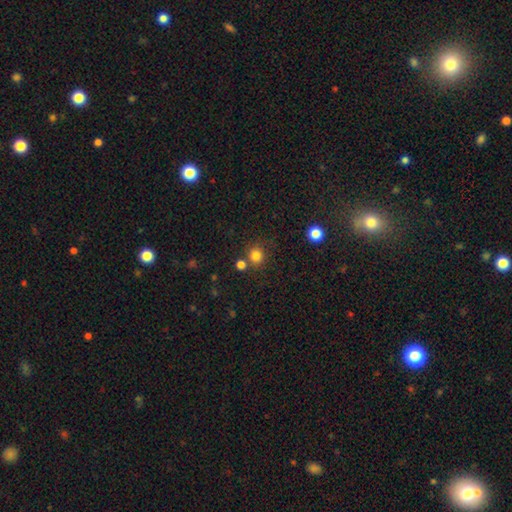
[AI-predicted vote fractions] This is clearly a smooth galaxy (81%). How rounded: clearly round (90%). Merging: likely none (74%).